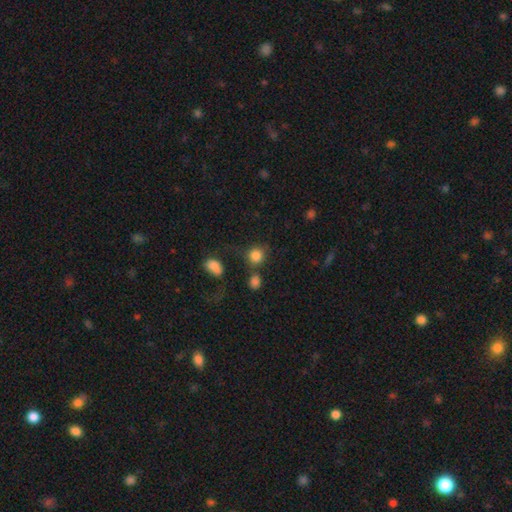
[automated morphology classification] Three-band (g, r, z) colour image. It shows a smooth galaxy with no disk features (83%) that is round (85%). Merging: none (60%).